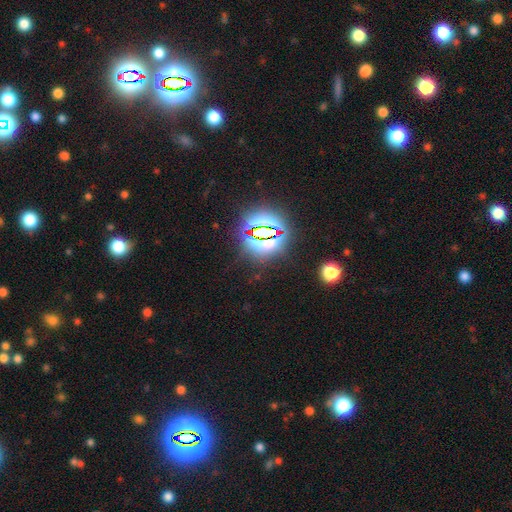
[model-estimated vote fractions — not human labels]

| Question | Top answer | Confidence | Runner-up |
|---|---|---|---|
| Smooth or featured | star or artifact | 79% | smooth (13%) |